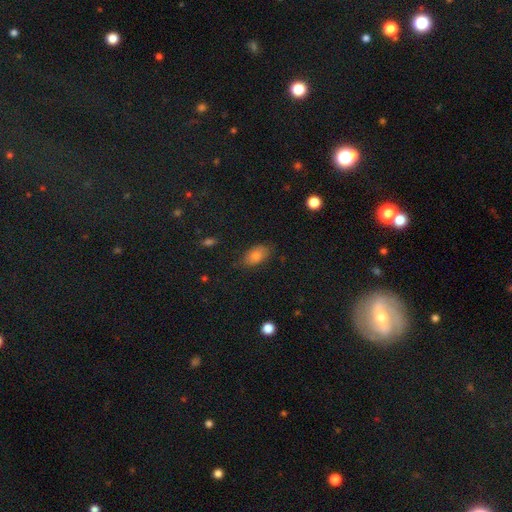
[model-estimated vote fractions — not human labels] Morphology: type=smooth (77%); roundness=in between (90%); merging=none (78%).